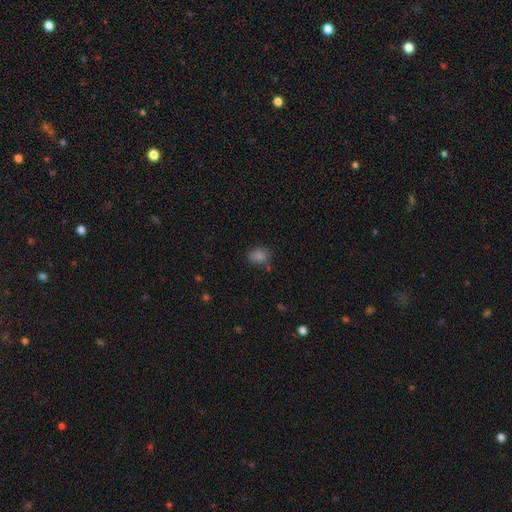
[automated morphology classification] Smooth or featured? Predicted: smooth (p=0.69). How rounded? Predicted: round (p=0.59). Merging? Predicted: none (p=0.75).